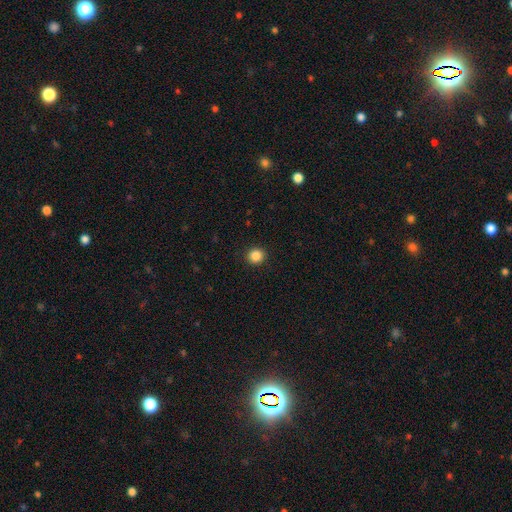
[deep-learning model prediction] A smooth galaxy with no disk features (86%) that is round (91%). Merging: none (93%).